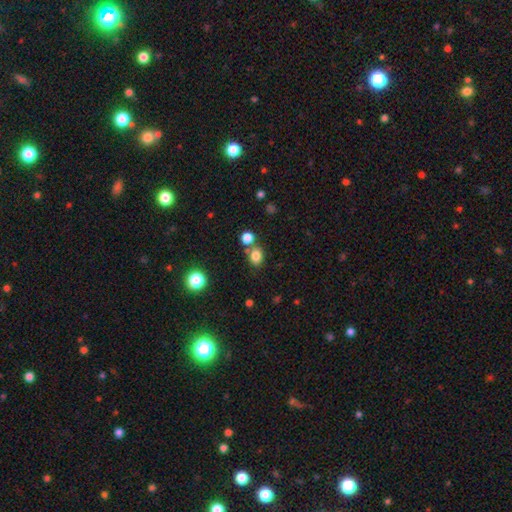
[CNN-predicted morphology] A smooth galaxy with no disk features (81%) that is round (54%). Merging: none (64%).